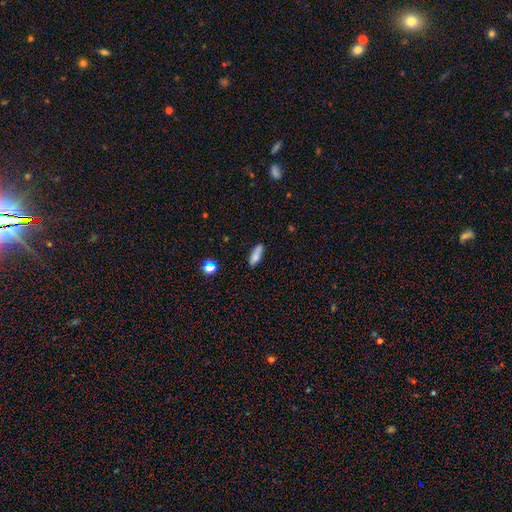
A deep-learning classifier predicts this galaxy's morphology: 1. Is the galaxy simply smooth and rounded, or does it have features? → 77% smooth, 14% featured or disk, 9% star or artifact.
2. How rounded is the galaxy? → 49% in between, 48% cigar-shaped, 3% round.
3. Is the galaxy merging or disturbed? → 71% none, 19% minor disturbance, 6% merger, 4% major disturbance.